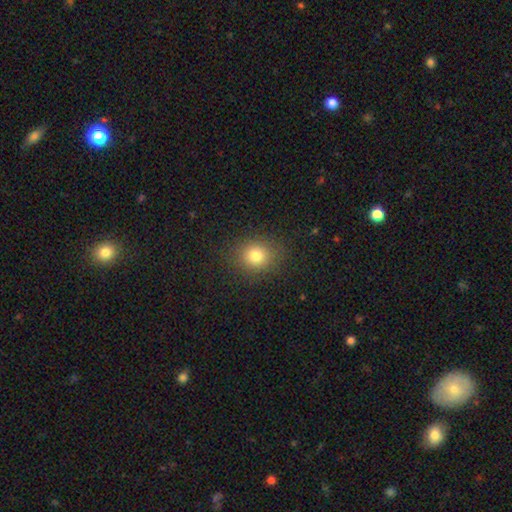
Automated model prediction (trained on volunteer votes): Overall: smooth (81%). How rounded: round (71%). Merging: none (87%).